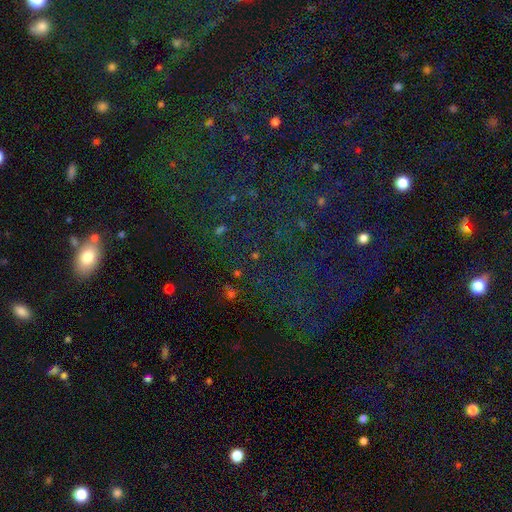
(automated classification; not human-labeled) A star or artifact, not a galaxy (70%).

Vote fractions:
- Smooth or featured? star or artifact: 70% / smooth: 19% / featured or disk: 11%